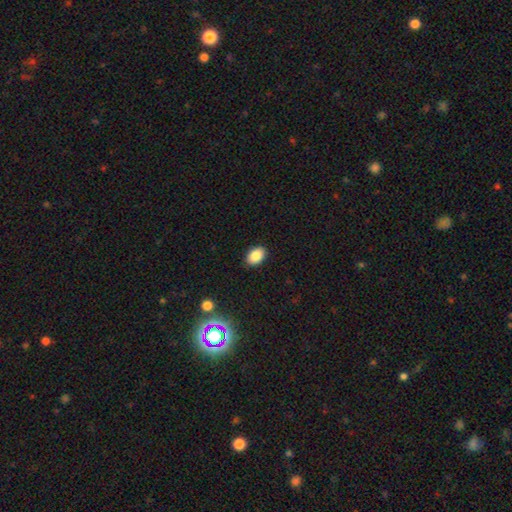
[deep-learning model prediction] A smooth galaxy with no disk features (85%) that is in between round and cigar-shaped (86%).

Vote fractions:
- Smooth or featured? smooth: 85% / star or artifact: 9% / featured or disk: 6%
- How rounded? in between: 86% / round: 13% / cigar-shaped: 1%
- Merging? none: 89% / minor disturbance: 8% / major disturbance: 2% / merger: 1%